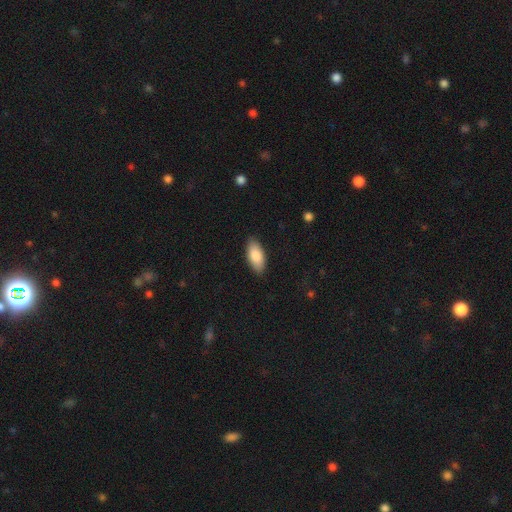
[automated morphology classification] The model was most divided on "smooth or featured": smooth: 86%, featured or disk: 8%, star or artifact: 6%. More confident: how rounded — in between (89%); merging — none (88%).